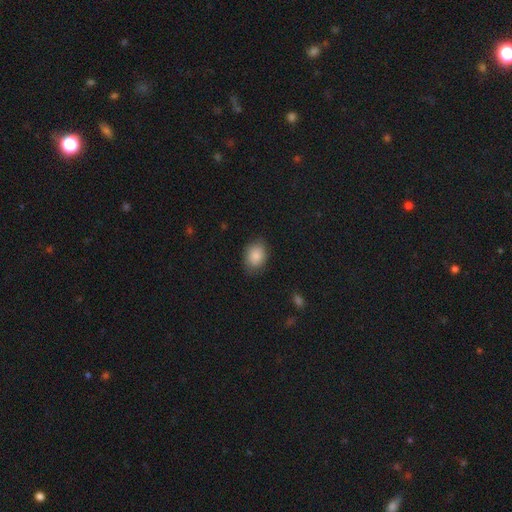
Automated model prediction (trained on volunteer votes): Smooth or featured?
  - smooth: 87% *
  - star or artifact: 7%
  - featured or disk: 6%
How rounded?
  - in between: 68% *
  - round: 31%
  - cigar-shaped: 1%
Merging?
  - none: 81% *
  - minor disturbance: 14%
  - major disturbance: 3%
  - merger: 1%